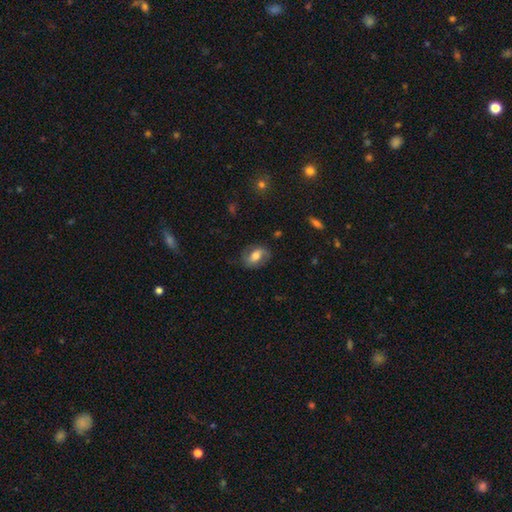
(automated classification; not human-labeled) Smooth or featured: featured or disk — 47% (smooth — 45%)
Merging: none — 75% (minor disturbance — 17%)